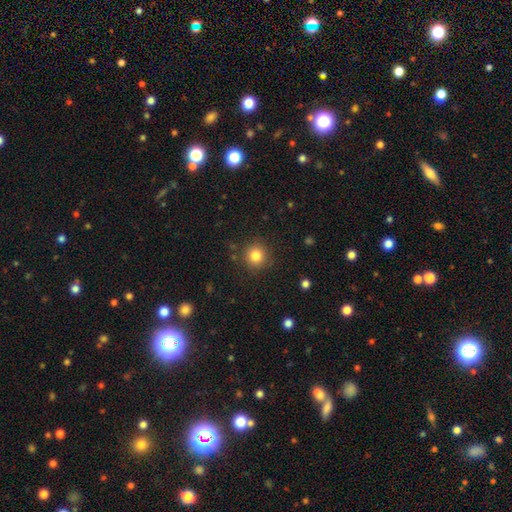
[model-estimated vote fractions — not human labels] Smooth or featured? Predicted: smooth (p=0.82). How rounded? Predicted: round (p=0.93). Merging? Predicted: none (p=0.88).